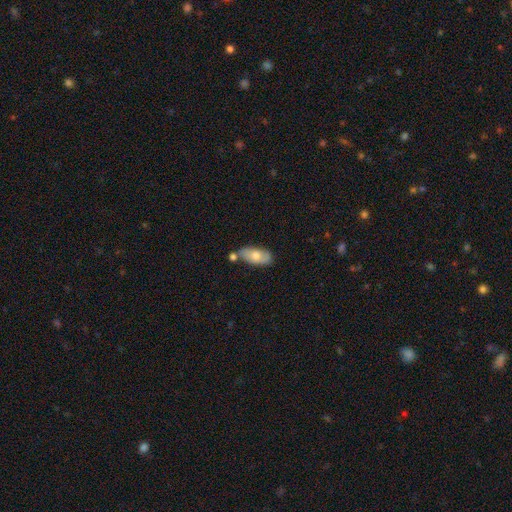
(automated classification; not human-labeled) Smooth or featured? Predicted: smooth (p=0.65). How rounded? Predicted: in between (p=0.89). Merging? Predicted: none (p=0.57).